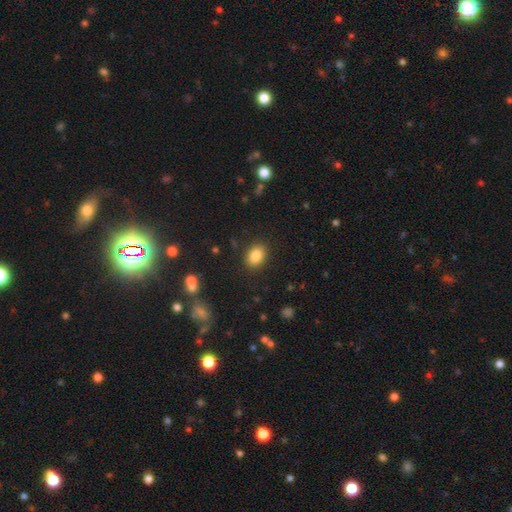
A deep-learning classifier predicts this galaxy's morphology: smooth 85%, star or artifact 10%, featured or disk 6%. Down the decision tree: how rounded — in between (68%); merging — none (87%).